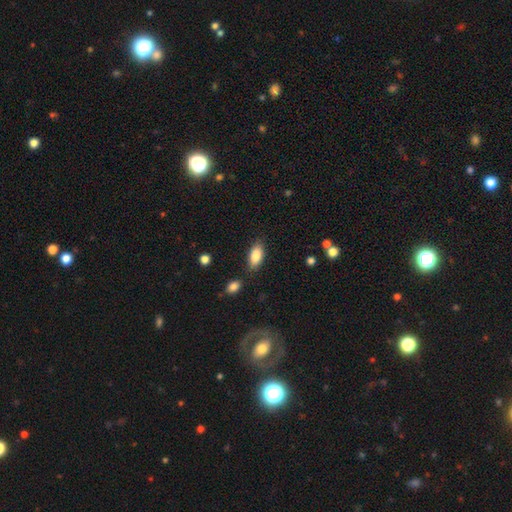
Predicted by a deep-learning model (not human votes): Smooth or featured: smooth — 85% (featured or disk — 8%)
How rounded: in between — 89% (cigar-shaped — 8%)
Merging: none — 80% (minor disturbance — 13%)